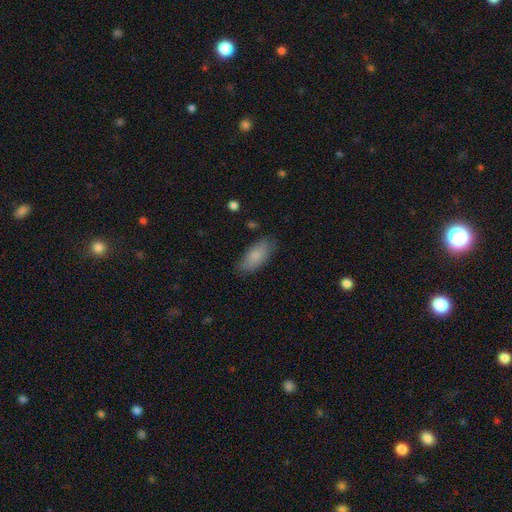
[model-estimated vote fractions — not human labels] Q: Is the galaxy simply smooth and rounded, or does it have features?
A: smooth — 84%.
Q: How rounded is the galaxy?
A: in between — 87%.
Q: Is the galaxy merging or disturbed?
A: none — 80%.